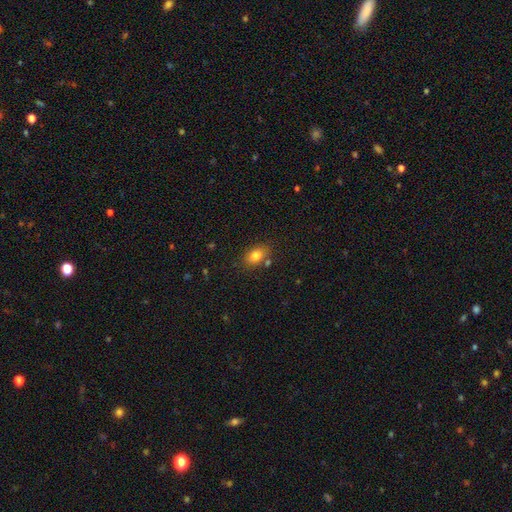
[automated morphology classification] smooth_or_featured: smooth (p=0.82) [alt: star or artifact p=0.09]
how_rounded: in between (p=0.84) [alt: round p=0.14]
merging: none (p=0.76) [alt: minor disturbance p=0.13]